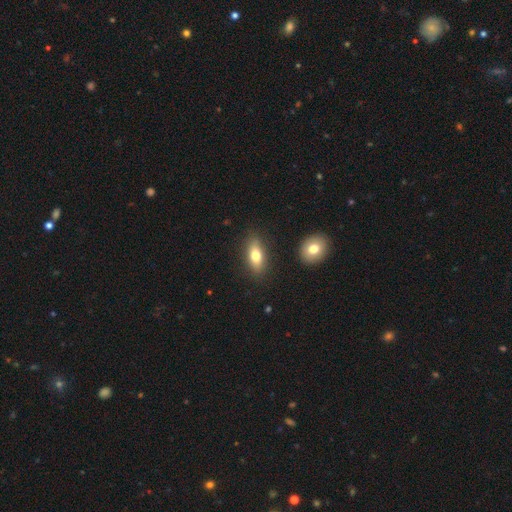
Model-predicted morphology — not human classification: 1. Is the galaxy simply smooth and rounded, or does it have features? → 74% smooth, 19% featured or disk, 8% star or artifact.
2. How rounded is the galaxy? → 79% in between, 16% cigar-shaped, 5% round.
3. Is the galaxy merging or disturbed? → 84% none, 10% minor disturbance, 3% major disturbance, 3% merger.